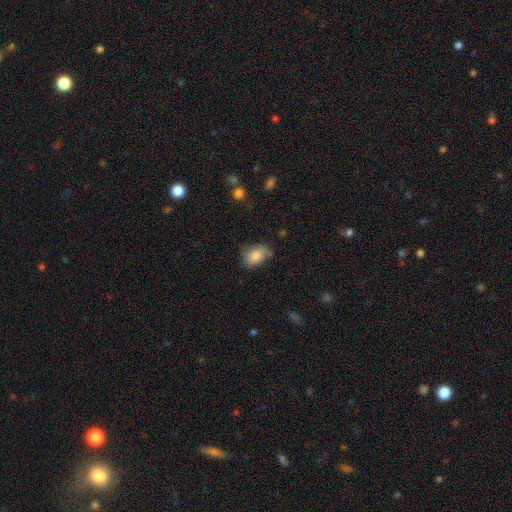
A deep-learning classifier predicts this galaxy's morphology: smooth 83%, featured or disk 9%, star or artifact 8%. Down the decision tree: how rounded — in between (86%); merging — none (66%).